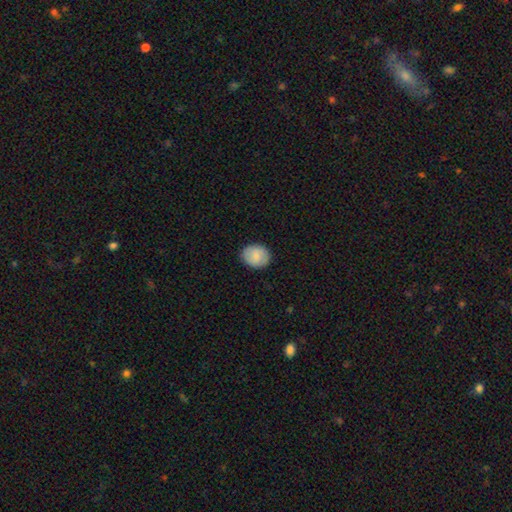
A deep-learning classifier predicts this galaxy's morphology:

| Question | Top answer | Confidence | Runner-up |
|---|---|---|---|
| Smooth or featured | smooth | 78% | featured or disk (16%) |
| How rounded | round | 60% | in between (39%) |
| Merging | none | 88% | minor disturbance (9%) |